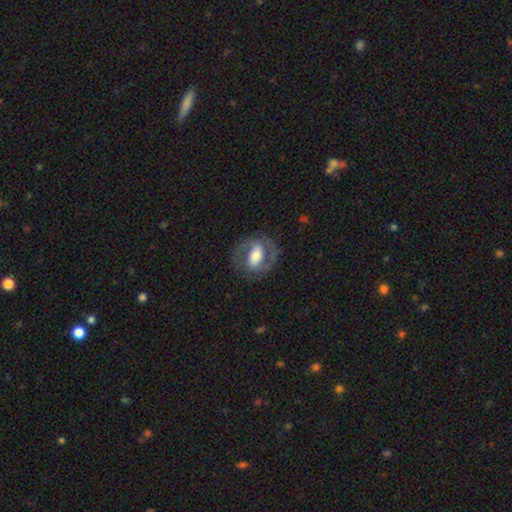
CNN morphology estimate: Q: Smooth or featured?
A: featured or disk (73%); runner-up: smooth (21%)
Q: Edge-on disk?
A: no (96%); runner-up: yes (4%)
Q: Bar?
A: strong (40%); runner-up: weak (36%)
Q: Spiral arms?
A: yes (81%); runner-up: no (19%)
Q: Spiral winding?
A: medium (51%); runner-up: tight (30%)
Q: Spiral arm count?
A: 2 (87%); runner-up: can't tell (6%)
Q: Bulge size?
A: moderate (56%); runner-up: large (23%)
Q: Merging?
A: none (76%); runner-up: minor disturbance (14%)